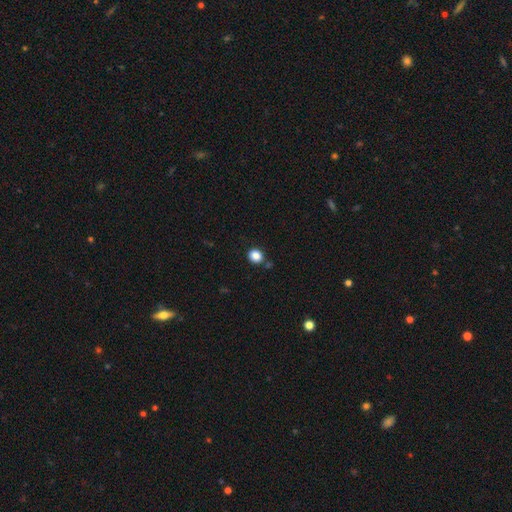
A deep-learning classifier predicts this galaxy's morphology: type=smooth (86%); roundness=round (76%); merging=none (81%).